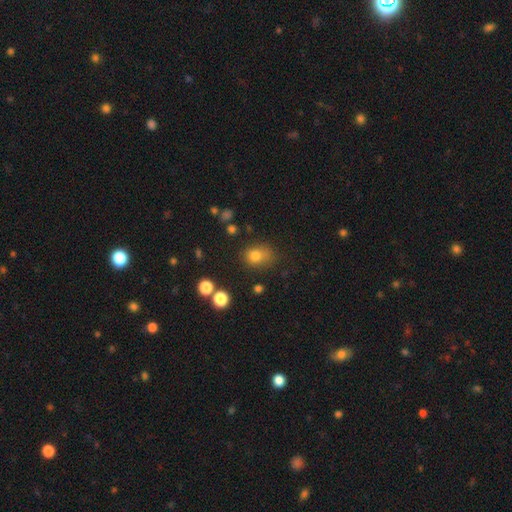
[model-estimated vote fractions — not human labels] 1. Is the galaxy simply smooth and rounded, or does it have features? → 77% smooth, 15% star or artifact, 8% featured or disk.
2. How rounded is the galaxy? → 52% in between, 47% round, 1% cigar-shaped.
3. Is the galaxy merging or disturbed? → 63% none, 23% minor disturbance, 8% major disturbance, 5% merger.